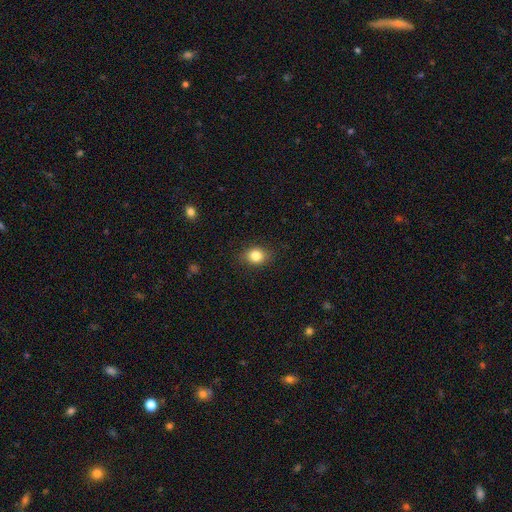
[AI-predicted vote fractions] This is clearly a smooth galaxy (83%). How rounded: possibly round (52%). Merging: clearly none (85%).